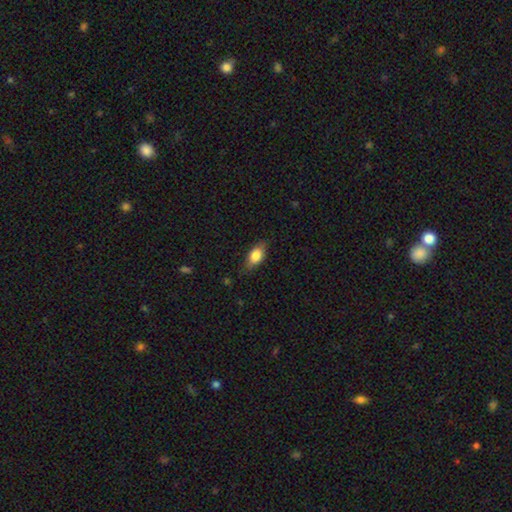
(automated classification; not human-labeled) A smooth galaxy with no disk features (81%) that is in between round and cigar-shaped (87%).

Vote fractions:
- Smooth or featured? smooth: 81% / featured or disk: 12% / star or artifact: 7%
- How rounded? in between: 87% / cigar-shaped: 8% / round: 5%
- Merging? none: 78% / minor disturbance: 17% / major disturbance: 4% / merger: 1%